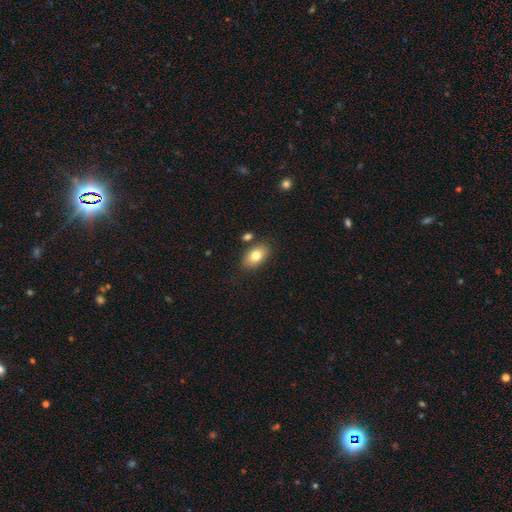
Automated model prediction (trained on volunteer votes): The model was most divided on "smooth or featured": smooth: 78%, featured or disk: 14%, star or artifact: 8%. More confident: how rounded — in between (90%); merging — none (80%).